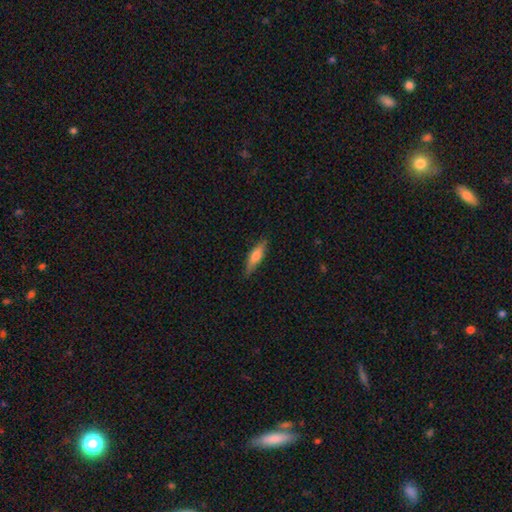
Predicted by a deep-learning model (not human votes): Smooth or featured: smooth — 68% (featured or disk — 26%)
How rounded: cigar-shaped — 64% (in between — 34%)
Merging: none — 85% (minor disturbance — 12%)